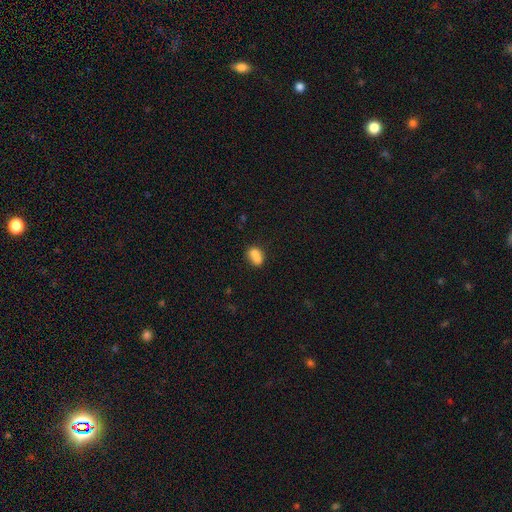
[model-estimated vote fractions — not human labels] Smooth or featured?
  - smooth: 77% *
  - featured or disk: 14%
  - star or artifact: 9%
How rounded?
  - in between: 69% *
  - round: 28%
  - cigar-shaped: 2%
Merging?
  - merger: 41% *
  - none: 40%
  - minor disturbance: 14%
  - major disturbance: 5%